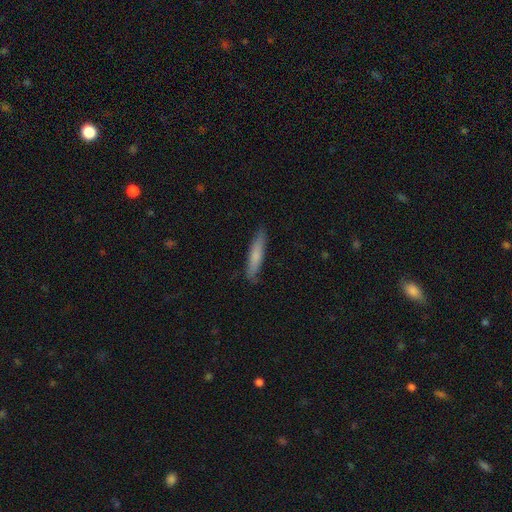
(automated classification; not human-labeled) Overall: smooth (72%). How rounded: cigar-shaped (89%). Merging: none (86%).